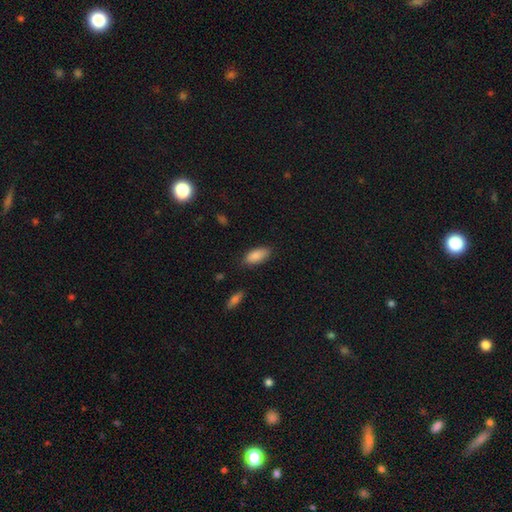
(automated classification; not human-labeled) Overall: smooth (88%). How rounded: in between (89%). Merging: none (82%).